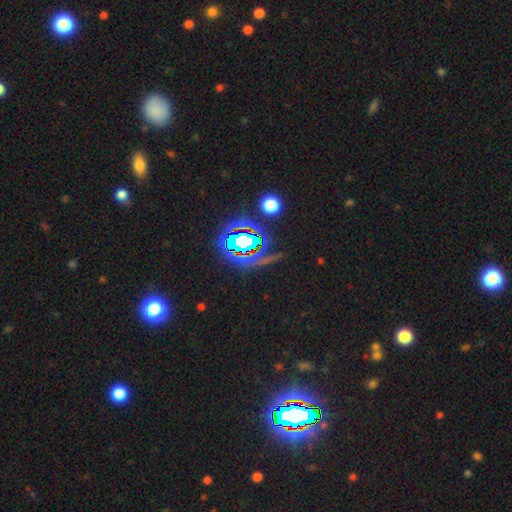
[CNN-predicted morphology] smooth-or-featured: star or artifact: 80% | smooth: 11% | featured or disk: 9%